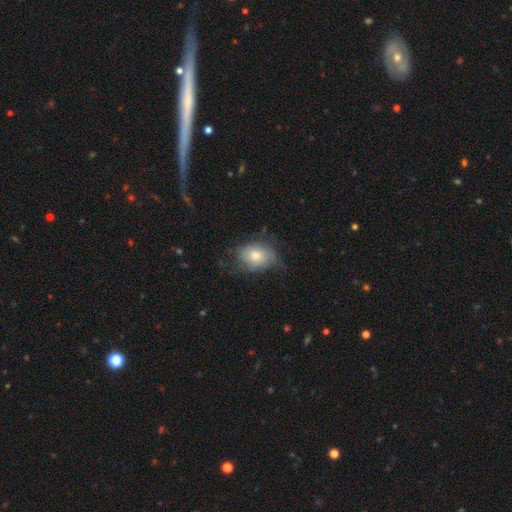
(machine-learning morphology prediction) Overall: smooth (68%). How rounded: in between (63%; round 36%). Merging: none (51%; minor disturbance 32%).